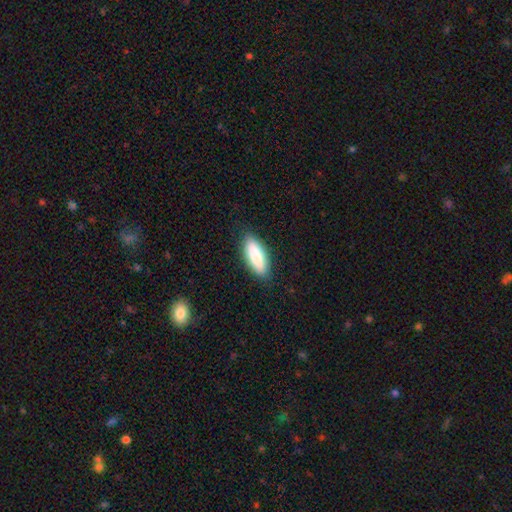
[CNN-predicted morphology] Overall: smooth (86%). How rounded: in between (69%). Merging: none (87%).